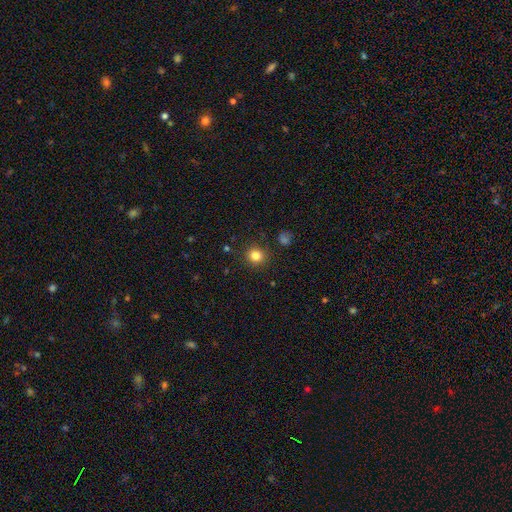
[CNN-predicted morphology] Overall: smooth (83%). How rounded: round (90%). Merging: none (90%).